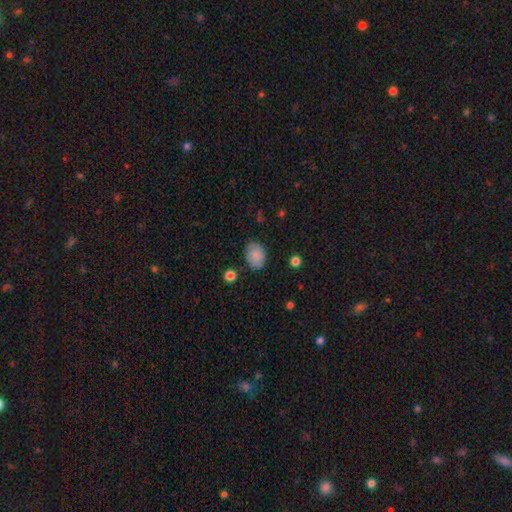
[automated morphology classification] This is clearly a smooth galaxy (85%). How rounded: likely in between (66%). Merging: likely none (78%).